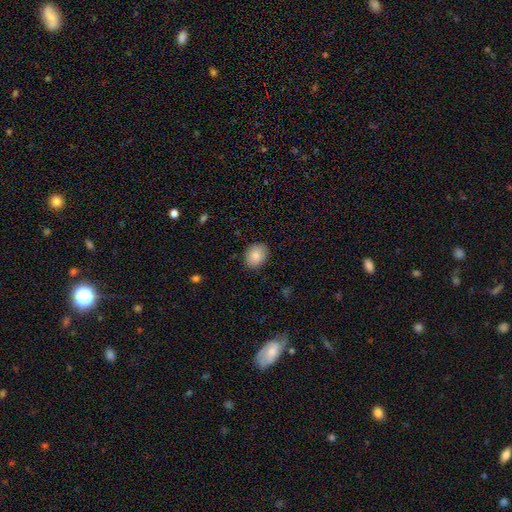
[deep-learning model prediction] Smooth or featured: smooth — 85% (featured or disk — 8%)
How rounded: in between — 55% (round — 44%)
Merging: none — 87% (minor disturbance — 9%)